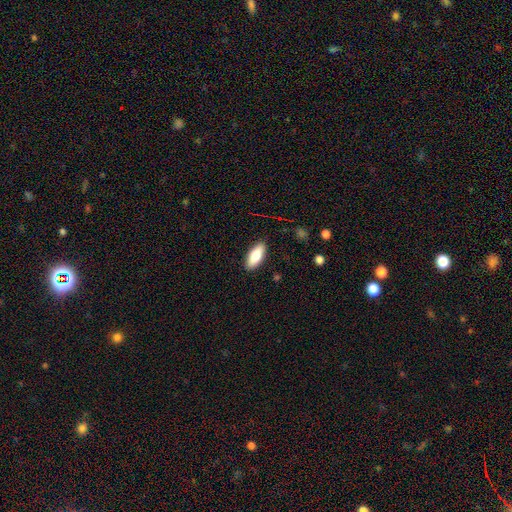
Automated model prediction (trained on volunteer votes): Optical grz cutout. It shows a smooth galaxy with no disk features (79%) that is in between round and cigar-shaped (80%). Merging: none (89%).